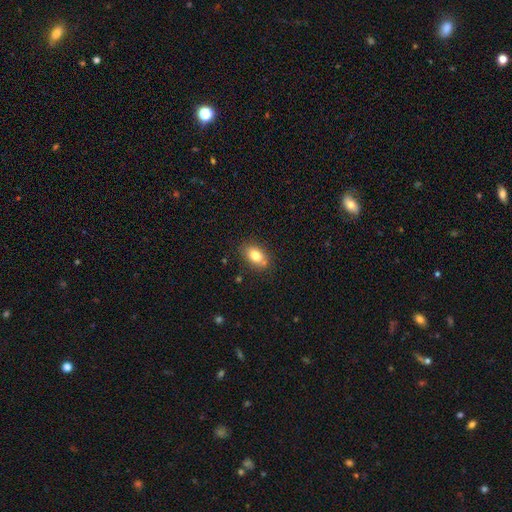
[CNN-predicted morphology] This is likely a smooth galaxy (79%). How rounded: clearly in between (83%). Merging: likely none (78%).